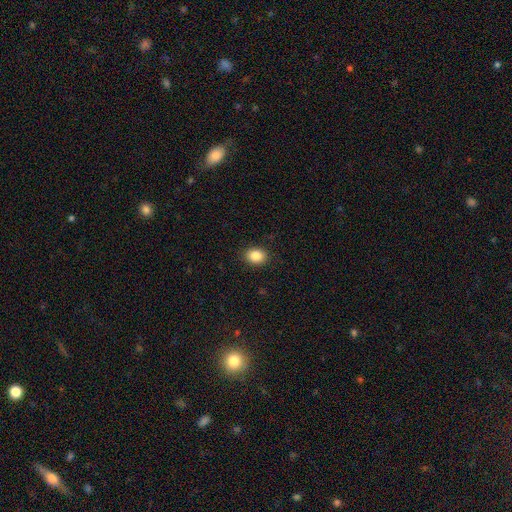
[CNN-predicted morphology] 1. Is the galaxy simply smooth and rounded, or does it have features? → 86% smooth, 9% star or artifact, 5% featured or disk.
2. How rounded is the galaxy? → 53% in between, 46% round, 1% cigar-shaped.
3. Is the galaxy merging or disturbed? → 90% none, 7% minor disturbance, 2% major disturbance, 1% merger.